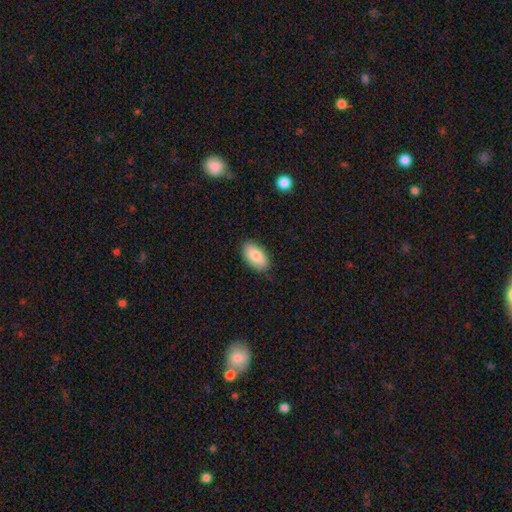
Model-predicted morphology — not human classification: type=smooth (82%); roundness=in between (93%); merging=none (82%).